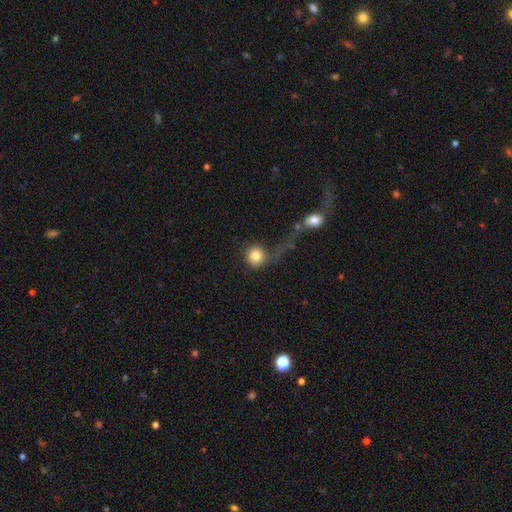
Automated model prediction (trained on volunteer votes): Smooth or featured? smooth (82%)
How rounded? round (92%)
Merging? none (44%)